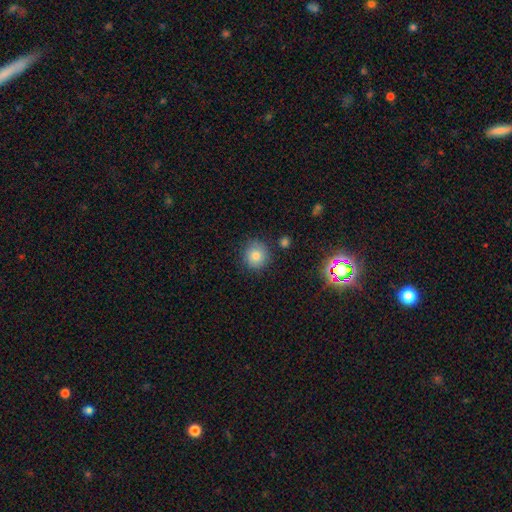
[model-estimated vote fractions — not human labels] smooth-or-featured: smooth: 80% | star or artifact: 13% | featured or disk: 8%
  how-rounded: round: 91% | in between: 8% | cigar-shaped: 1%
  merging: none: 84% | minor disturbance: 10% | merger: 3% | major disturbance: 3%